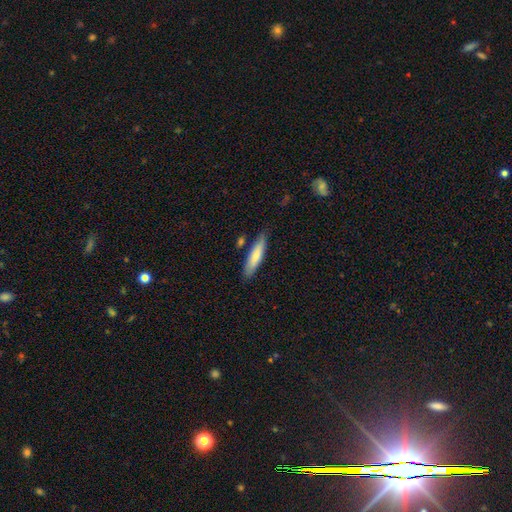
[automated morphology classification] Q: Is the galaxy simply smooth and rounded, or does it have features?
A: smooth — 78%.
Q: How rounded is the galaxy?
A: cigar-shaped — 75%.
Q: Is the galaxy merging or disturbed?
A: none — 78%.